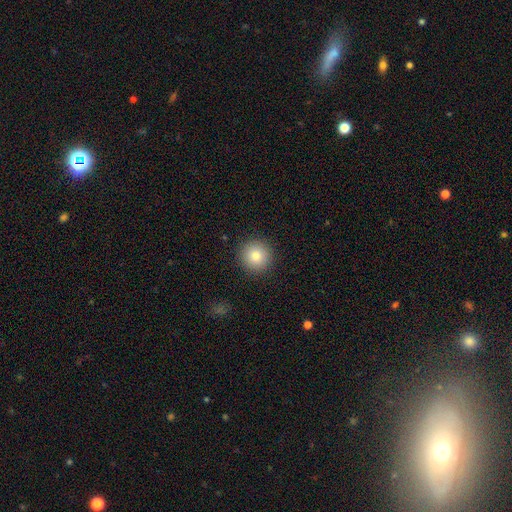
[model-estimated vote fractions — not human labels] Morphology: type=smooth (84%); roundness=round (95%); merging=none (92%).